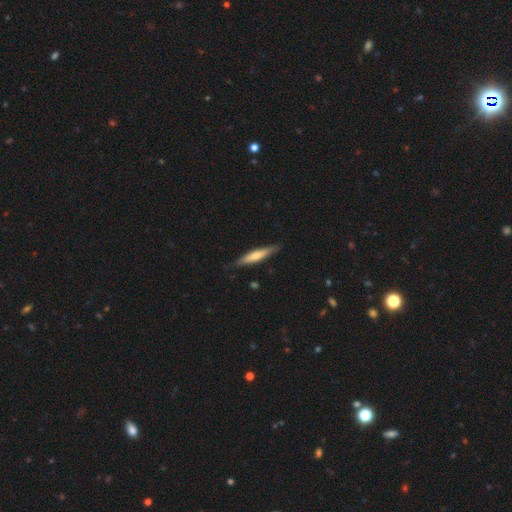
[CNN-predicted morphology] This is possibly a smooth galaxy (57%). How rounded: clearly cigar-shaped (88%). Merging: clearly none (85%).